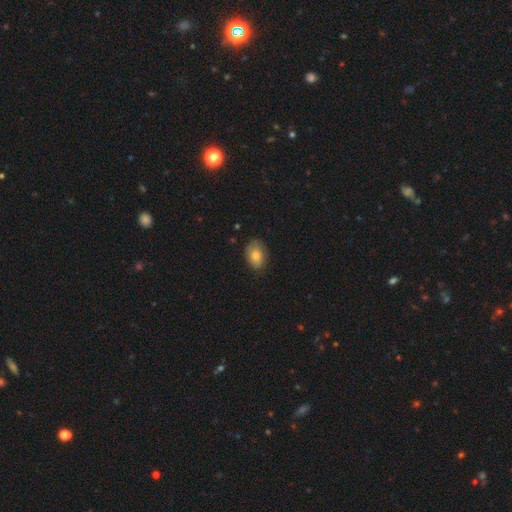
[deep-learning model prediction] smooth 77%, featured or disk 15%, star or artifact 8%. Down the decision tree: how rounded — in between (84%); merging — none (76%).